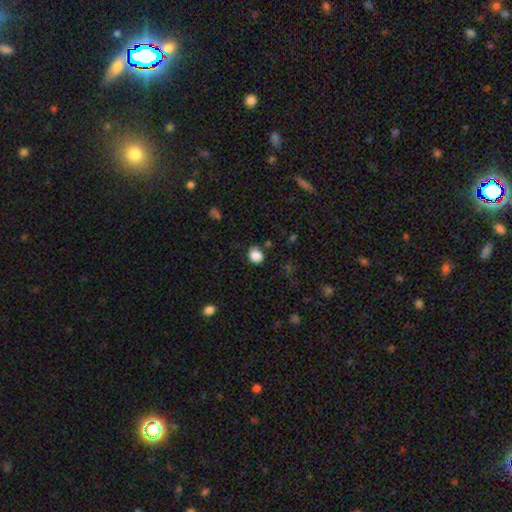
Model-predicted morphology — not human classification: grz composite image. It shows a smooth galaxy with no disk features (87%) that is round (65%). Merging: none (78%).